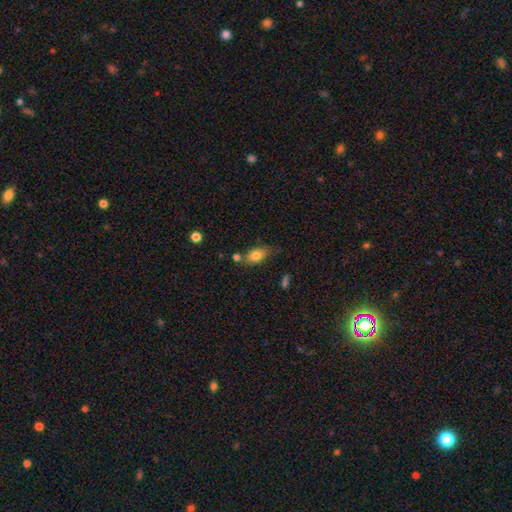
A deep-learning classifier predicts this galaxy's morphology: A smooth galaxy with no disk features (79%) that is in between round and cigar-shaped (85%). Merging: none (62%).